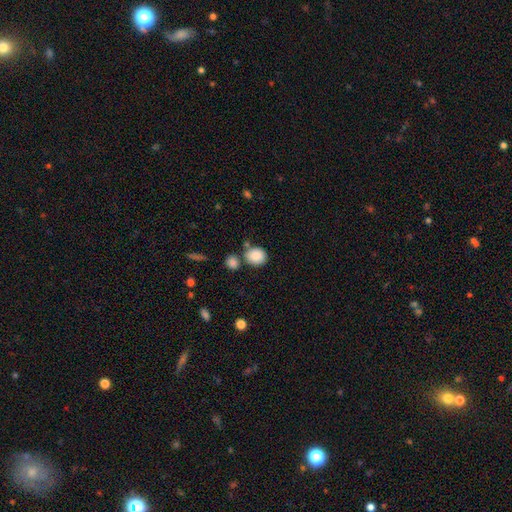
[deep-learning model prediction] A smooth galaxy with no disk features (87%) that is round (69%).

Vote fractions:
- Smooth or featured? smooth: 87% / star or artifact: 8% / featured or disk: 5%
- How rounded? round: 69% / in between: 30% / cigar-shaped: 1%
- Merging? none: 68% / merger: 16% / minor disturbance: 12% / major disturbance: 4%